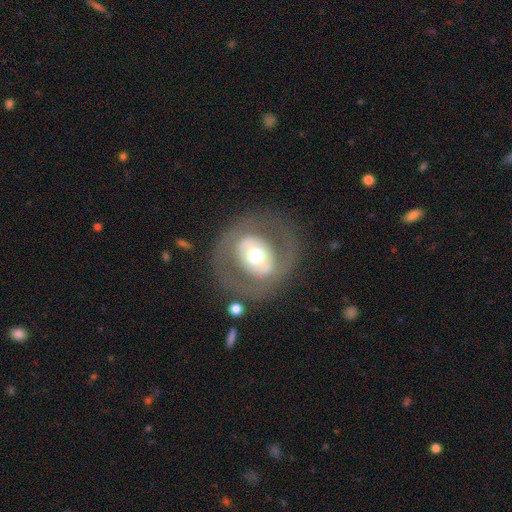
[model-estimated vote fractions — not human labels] A featured or disk galaxy (59%) with no bar (62%), no spiral arms (82%) and a moderate central bulge (64%).

Vote fractions:
- Smooth or featured? featured or disk: 59% / smooth: 35% / star or artifact: 6%
- Edge-on disk? no: 95% / yes: 5%
- Bar? no: 62% / weak: 22% / strong: 16%
- Spiral arms? no: 82% / yes: 18%
- Bulge size? moderate: 64% / large: 24% / small: 9% / dominant: 3% / none: 1%
- Merging? none: 75% / major disturbance: 12% / minor disturbance: 11% / merger: 2%